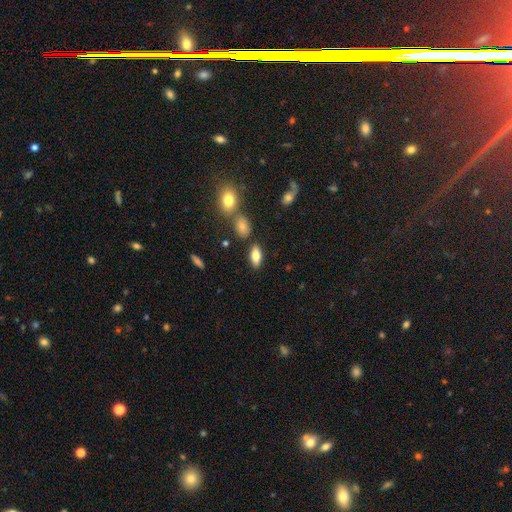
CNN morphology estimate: smooth-or-featured: smooth: 79% | featured or disk: 13% | star or artifact: 8%
  how-rounded: in between: 87% | cigar-shaped: 10% | round: 4%
  merging: none: 82% | minor disturbance: 10% | merger: 5% | major disturbance: 3%